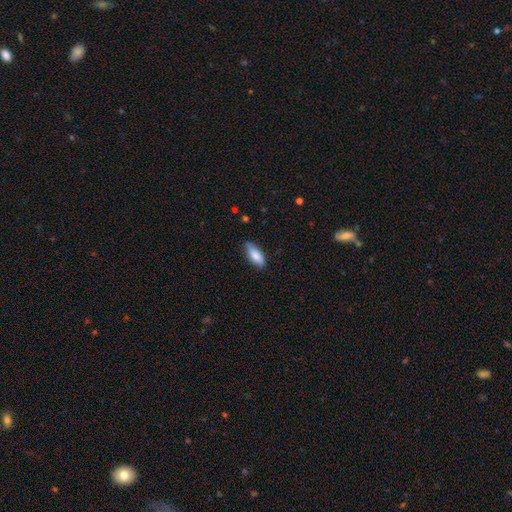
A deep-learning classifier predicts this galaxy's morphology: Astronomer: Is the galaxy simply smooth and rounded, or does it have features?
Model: smooth — 79%.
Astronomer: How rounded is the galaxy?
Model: in between — 79%.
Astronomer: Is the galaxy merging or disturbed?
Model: none — 72%.